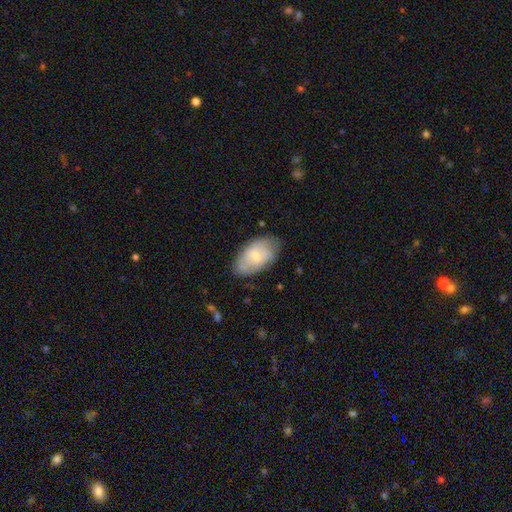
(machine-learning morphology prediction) Q: Smooth or featured?
A: smooth (50%); runner-up: featured or disk (43%)
Q: How rounded?
A: in between (93%); runner-up: round (5%)
Q: Merging?
A: none (71%); runner-up: minor disturbance (23%)